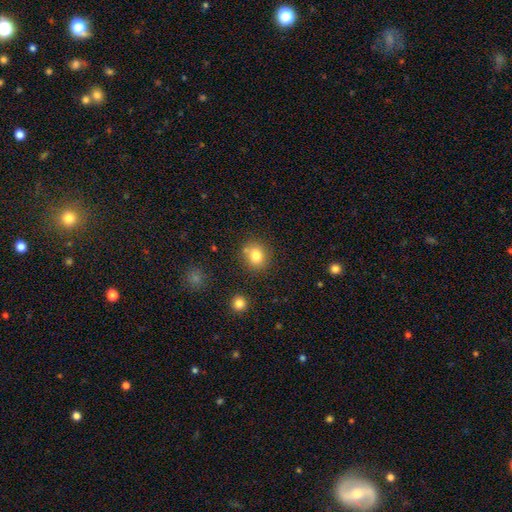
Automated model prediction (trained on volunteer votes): smooth-or-featured: smooth: 80% | star or artifact: 11% | featured or disk: 9%
  how-rounded: round: 77% | in between: 22% | cigar-shaped: 1%
  merging: none: 75% | minor disturbance: 12% | merger: 9% | major disturbance: 3%